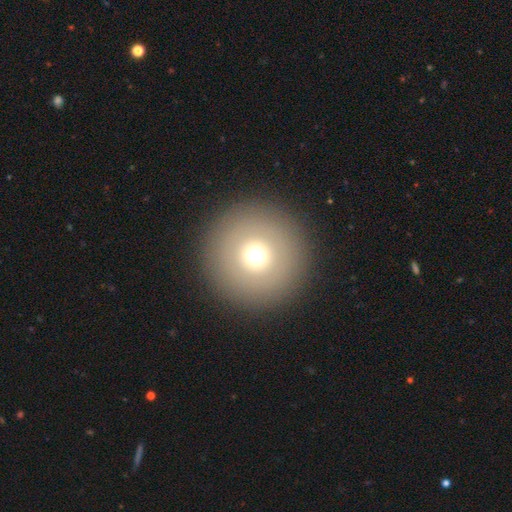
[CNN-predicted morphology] Overall: smooth (68%). How rounded: round (97%). Merging: none (91%).